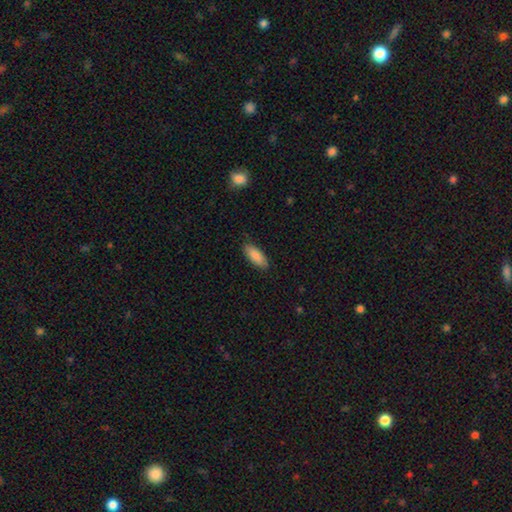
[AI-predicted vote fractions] This is clearly a smooth galaxy (88%). How rounded: likely in between (75%). Merging: clearly none (86%).